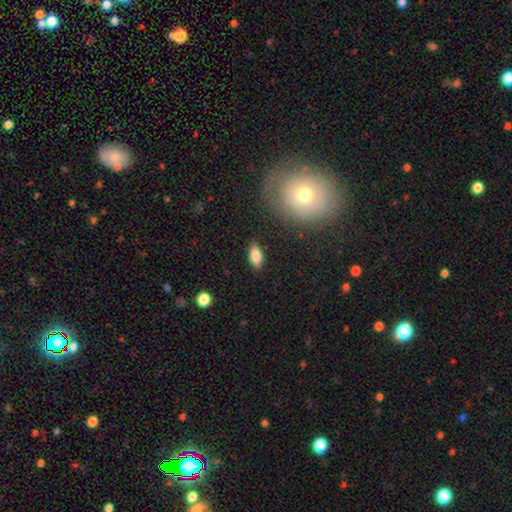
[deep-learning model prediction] Smooth or featured: smooth — 81% (featured or disk — 12%)
How rounded: in between — 86% (cigar-shaped — 10%)
Merging: none — 86% (minor disturbance — 10%)